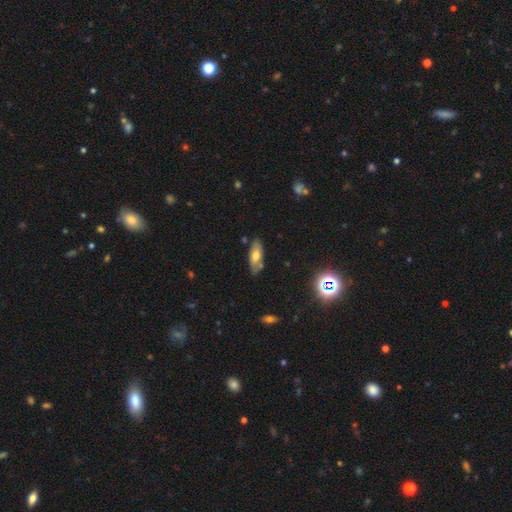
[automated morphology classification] Q: Smooth or featured?
A: smooth (60%); runner-up: featured or disk (31%)
Q: How rounded?
A: in between (76%); runner-up: cigar-shaped (22%)
Q: Merging?
A: none (76%); runner-up: minor disturbance (17%)